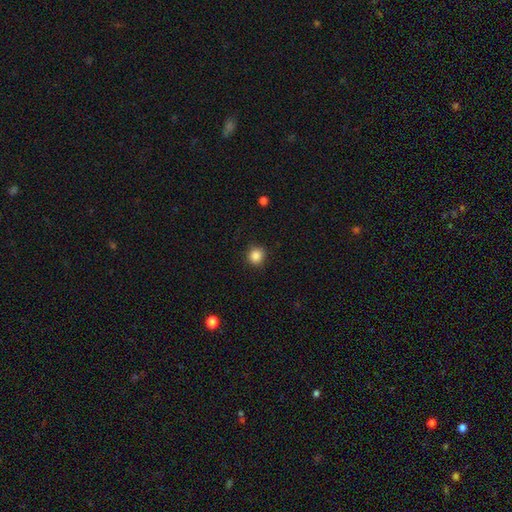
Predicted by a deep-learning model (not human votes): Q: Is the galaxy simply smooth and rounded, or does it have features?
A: smooth — 86%.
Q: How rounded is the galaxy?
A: round — 90%.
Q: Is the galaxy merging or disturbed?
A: none — 90%.